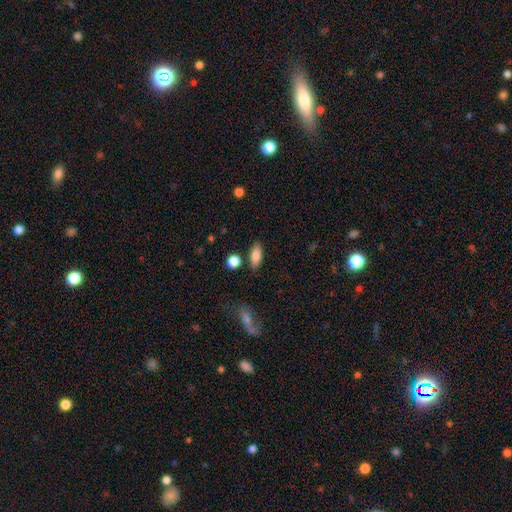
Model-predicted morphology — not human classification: Smooth or featured?
  - smooth: 83% *
  - featured or disk: 9%
  - star or artifact: 7%
How rounded?
  - in between: 80% *
  - cigar-shaped: 15%
  - round: 4%
Merging?
  - none: 82% *
  - minor disturbance: 11%
  - merger: 5%
  - major disturbance: 3%